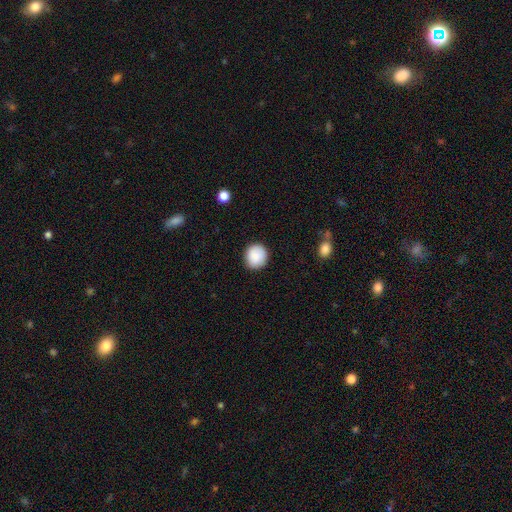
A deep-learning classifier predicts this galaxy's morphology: A smooth galaxy with no disk features (89%) that is round (88%). Merging: none (89%).